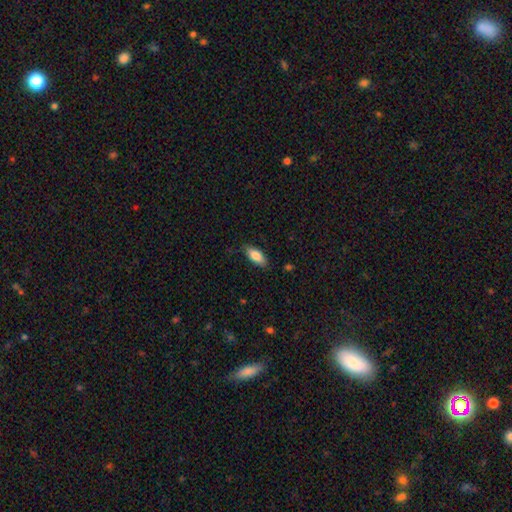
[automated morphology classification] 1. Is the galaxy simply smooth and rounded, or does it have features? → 82% smooth, 11% featured or disk, 6% star or artifact.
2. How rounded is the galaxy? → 82% in between, 16% cigar-shaped, 2% round.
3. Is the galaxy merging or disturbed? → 79% none, 17% minor disturbance, 3% major disturbance, 1% merger.